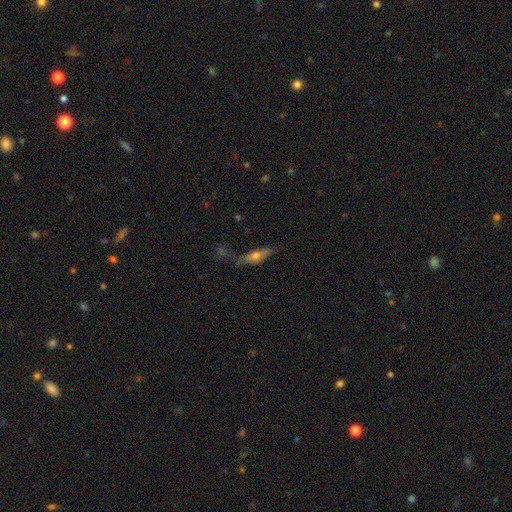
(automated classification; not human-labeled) A smooth galaxy with no disk features (46%).

Vote fractions:
- Smooth or featured? smooth: 46% / featured or disk: 45% / star or artifact: 9%
- Merging? none: 59% / minor disturbance: 24% / major disturbance: 10% / merger: 7%